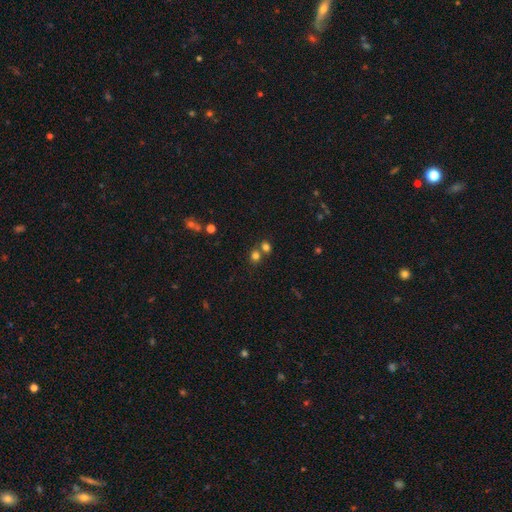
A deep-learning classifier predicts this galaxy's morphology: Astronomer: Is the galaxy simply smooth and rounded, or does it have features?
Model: smooth — 74%.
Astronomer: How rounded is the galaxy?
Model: round — 77%.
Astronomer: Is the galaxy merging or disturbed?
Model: none — 54% (runner-up: merger, 35%).